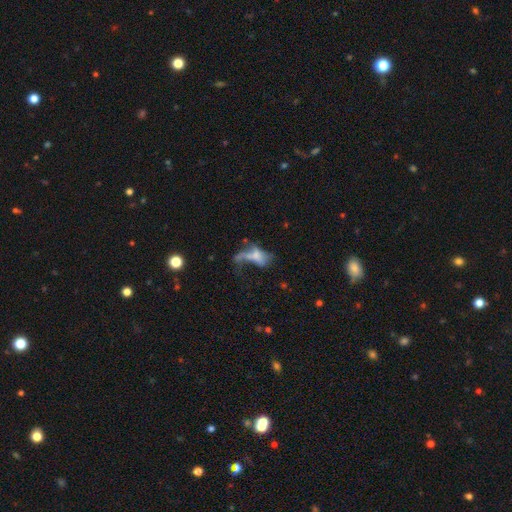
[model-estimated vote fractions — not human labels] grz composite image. It shows a smooth galaxy with no disk features (44%). Merging: major disturbance (47%).